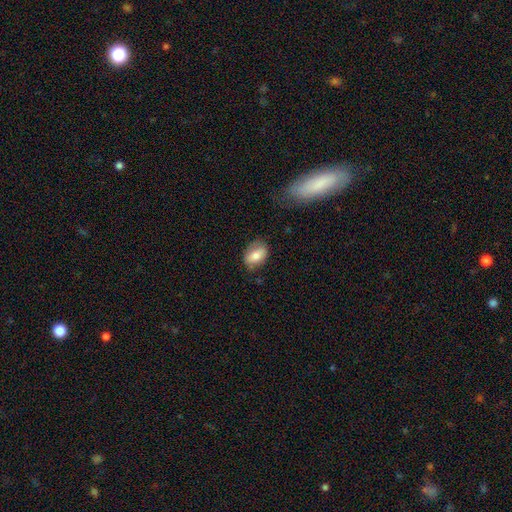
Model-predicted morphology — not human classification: A smooth galaxy with no disk features (72%) that is in between round and cigar-shaped (81%).

Vote fractions:
- Smooth or featured? smooth: 72% / featured or disk: 20% / star or artifact: 8%
- How rounded? in between: 81% / round: 17% / cigar-shaped: 2%
- Merging? none: 70% / minor disturbance: 22% / major disturbance: 6% / merger: 2%